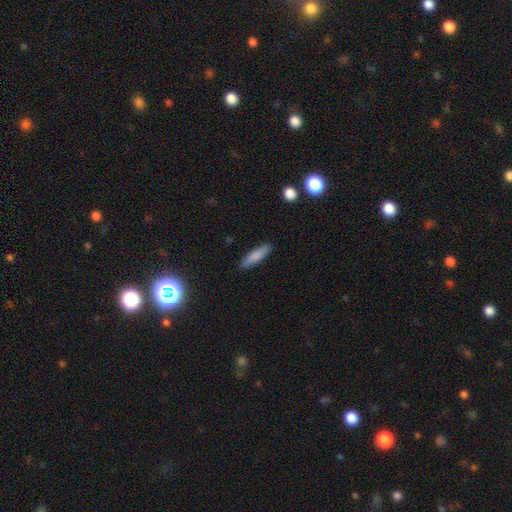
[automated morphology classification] Smooth or featured: smooth — 81% (featured or disk — 12%)
How rounded: cigar-shaped — 74% (in between — 25%)
Merging: none — 88% (minor disturbance — 9%)